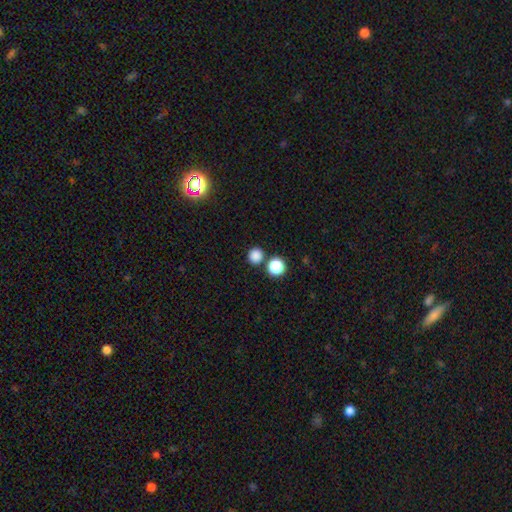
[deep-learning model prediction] smooth-or-featured: smooth: 83% | star or artifact: 13% | featured or disk: 4%
  how-rounded: round: 91% | in between: 8% | cigar-shaped: 1%
  merging: none: 80% | merger: 11% | minor disturbance: 7% | major disturbance: 2%